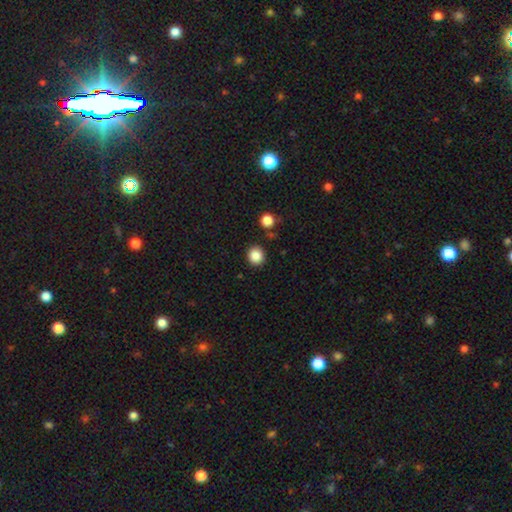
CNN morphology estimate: type=smooth (86%); roundness=round (88%); merging=none (89%).